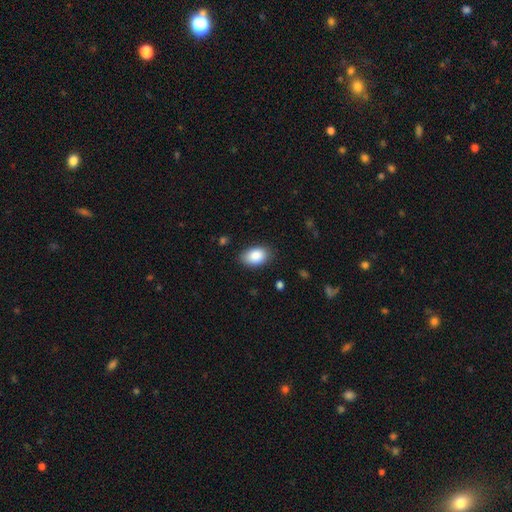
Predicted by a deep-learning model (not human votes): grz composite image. It shows a smooth galaxy with no disk features (88%) that is in between round and cigar-shaped (89%). Merging: none (82%).